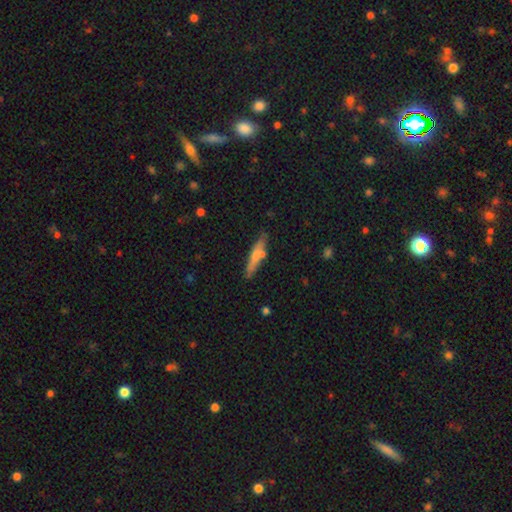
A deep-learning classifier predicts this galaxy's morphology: The model was most divided on "smooth or featured": smooth: 50%, featured or disk: 42%, star or artifact: 8%. More confident: merging — none (80%).